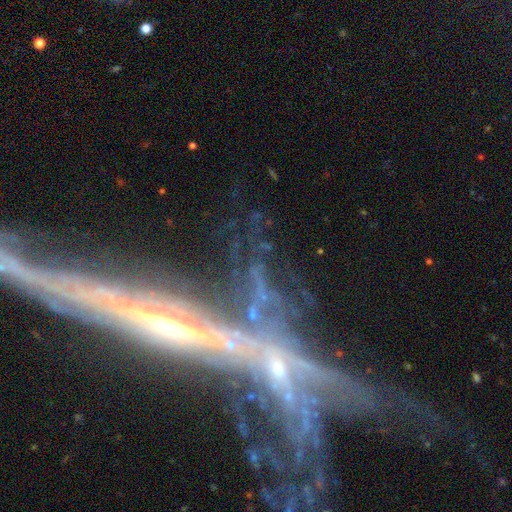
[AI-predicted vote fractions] smooth-or-featured: featured or disk: 75% | star or artifact: 16% | smooth: 9%
  disk-edge-on: yes: 68% | no: 32%
    edge-on-bulge: rounded: 53% | none: 33% | boxy: 14%
  merging: none: 33% | merger: 29% | major disturbance: 24% | minor disturbance: 15%